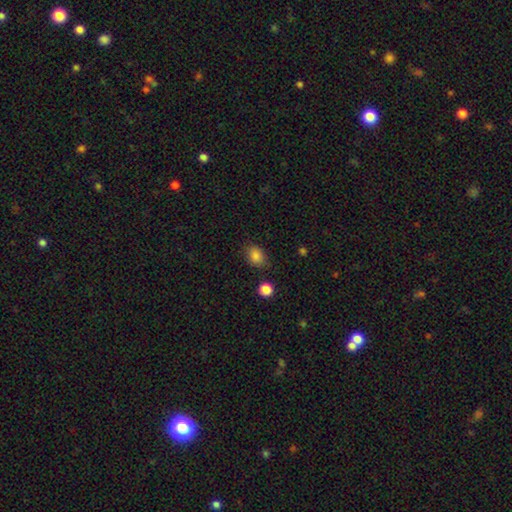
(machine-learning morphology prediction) smooth_or_featured: smooth (p=0.85) [alt: star or artifact p=0.11]
how_rounded: in between (p=0.59) [alt: round p=0.40]
merging: none (p=0.80) [alt: minor disturbance p=0.14]